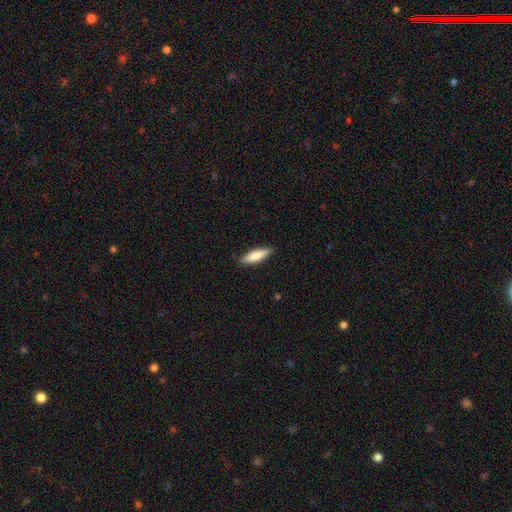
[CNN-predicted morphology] The model was most divided on "how rounded": cigar-shaped: 61%, in between: 38%, round: 2%. More confident: merging — none (87%); smooth or featured — smooth (79%).